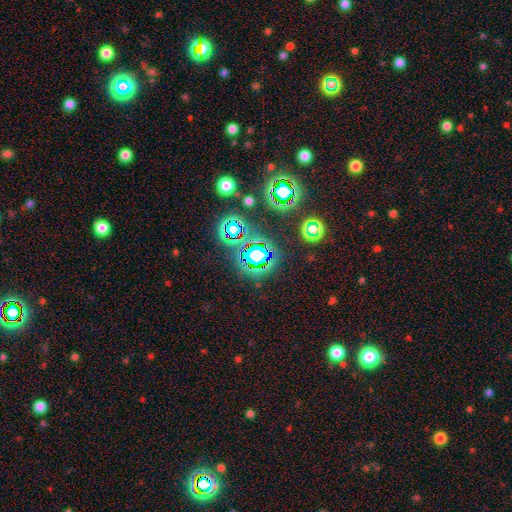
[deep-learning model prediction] Morphology: type=star or artifact (75%).